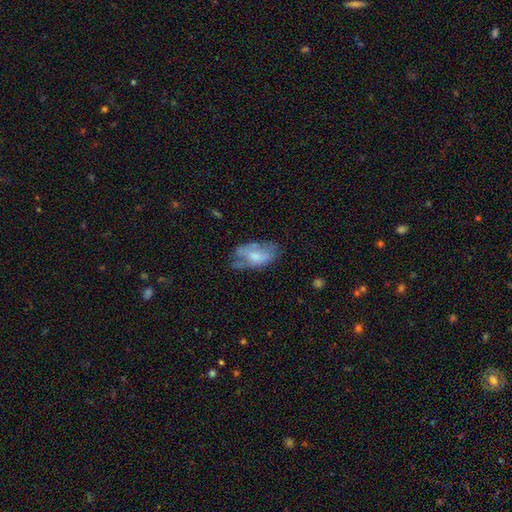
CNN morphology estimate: smooth-or-featured: smooth: 52% | featured or disk: 40% | star or artifact: 8%
  how-rounded: in between: 92% | round: 4% | cigar-shaped: 3%
  merging: none: 43% | minor disturbance: 33% | major disturbance: 21% | merger: 3%